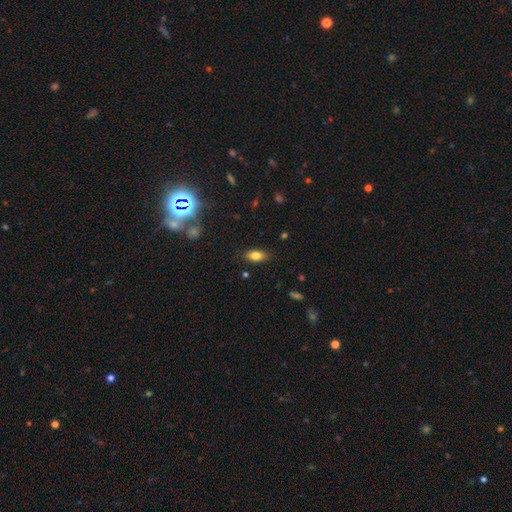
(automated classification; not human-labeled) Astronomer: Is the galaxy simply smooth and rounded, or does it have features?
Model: smooth — 77%.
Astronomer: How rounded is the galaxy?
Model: in between — 86%.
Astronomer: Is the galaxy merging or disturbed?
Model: none — 85%.